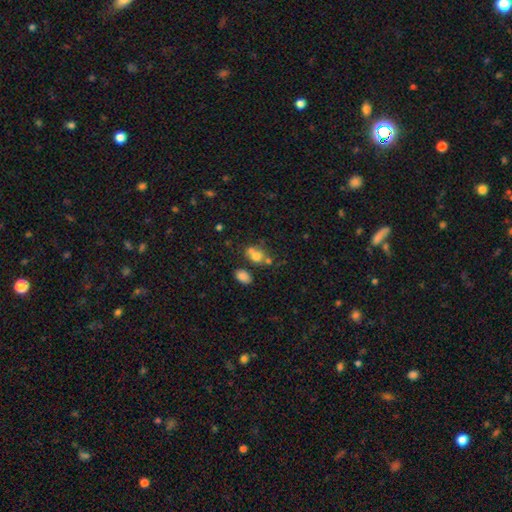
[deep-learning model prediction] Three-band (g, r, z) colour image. It shows a smooth galaxy with no disk features (71%) that is in between round and cigar-shaped (54%). Merging: merger (42%).